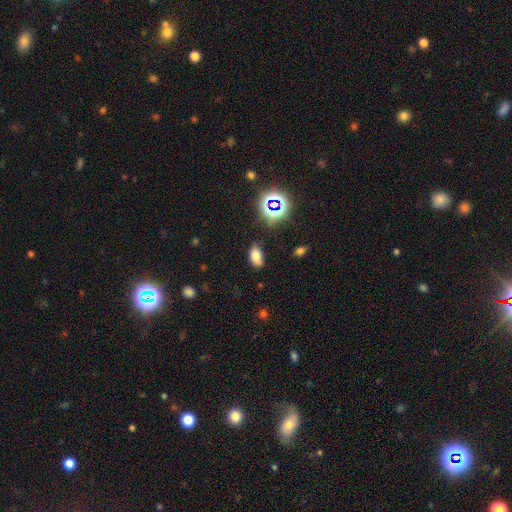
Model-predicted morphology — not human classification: Smooth or featured? smooth (71%)
How rounded? in between (91%)
Merging? none (78%)